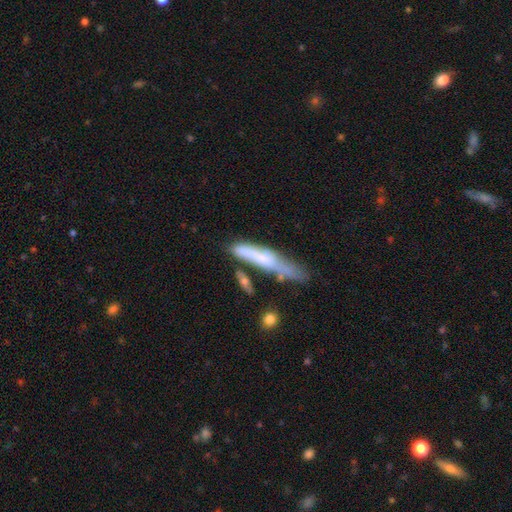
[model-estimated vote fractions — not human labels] A smooth galaxy with no disk features (51%) that is cigar-shaped (88%).

Vote fractions:
- Smooth or featured? smooth: 51% / featured or disk: 41% / star or artifact: 8%
- How rounded? cigar-shaped: 88% / in between: 10% / round: 2%
- Merging? none: 47% / minor disturbance: 26% / merger: 14% / major disturbance: 12%